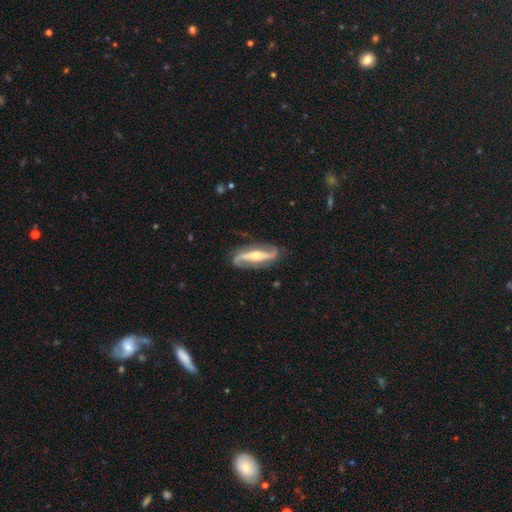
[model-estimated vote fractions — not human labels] This is clearly a featured or disk galaxy (88%). It is clearly not viewed edge-on (88%). Bar: possibly strong (58%). Spiral arm pattern: clearly yes (96%). Spiral arm count: clearly 2 (93%). Spiral winding: marginally loose (41%). Central bulge: possibly moderate (60%). Merging: clearly none (81%).